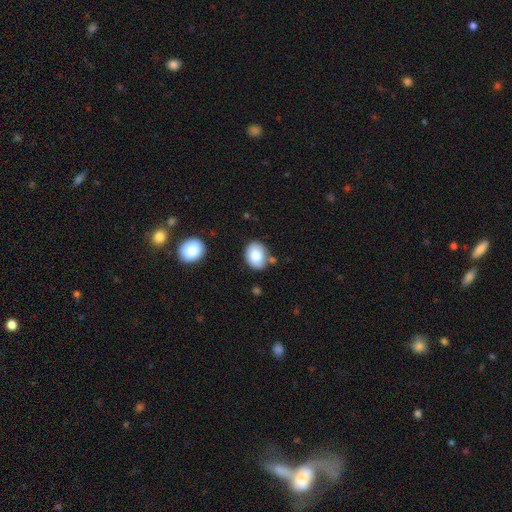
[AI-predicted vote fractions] Smooth or featured?
  - smooth: 82% *
  - featured or disk: 10%
  - star or artifact: 7%
How rounded?
  - in between: 66% *
  - round: 33%
  - cigar-shaped: 1%
Merging?
  - none: 75% *
  - minor disturbance: 16%
  - merger: 6%
  - major disturbance: 3%